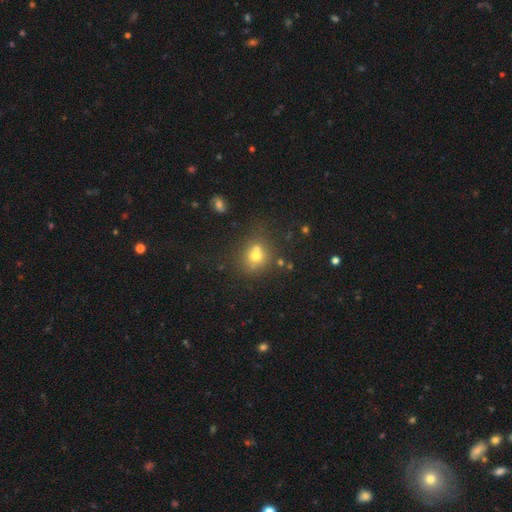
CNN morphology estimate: smooth-or-featured: smooth: 68% | star or artifact: 16% | featured or disk: 16%
  how-rounded: round: 80% | in between: 19% | cigar-shaped: 1%
  merging: none: 52% | merger: 32% | minor disturbance: 11% | major disturbance: 5%